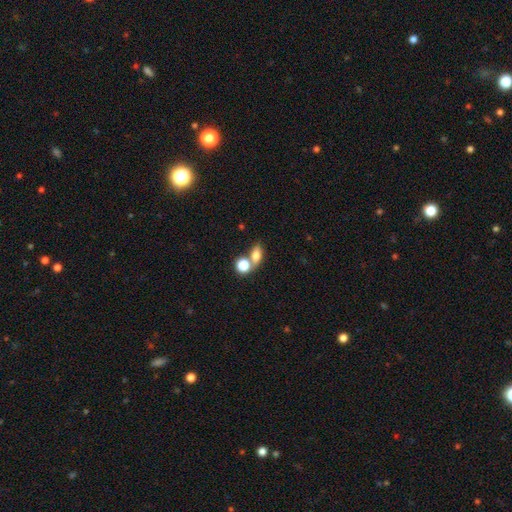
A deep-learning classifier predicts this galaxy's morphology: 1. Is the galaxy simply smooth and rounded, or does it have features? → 74% smooth, 14% featured or disk, 13% star or artifact.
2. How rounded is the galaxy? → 67% in between, 27% round, 6% cigar-shaped.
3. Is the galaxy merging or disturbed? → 45% none, 39% merger, 11% minor disturbance, 6% major disturbance.